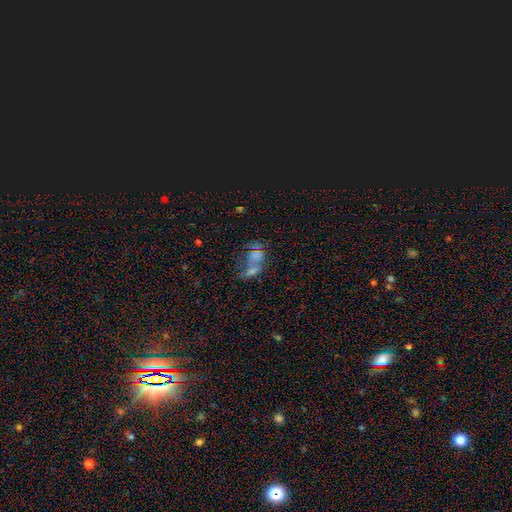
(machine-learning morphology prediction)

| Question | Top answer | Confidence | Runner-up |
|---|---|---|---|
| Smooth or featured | smooth | 50% | star or artifact (27%) |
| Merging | merger | 51% | none (25%) |